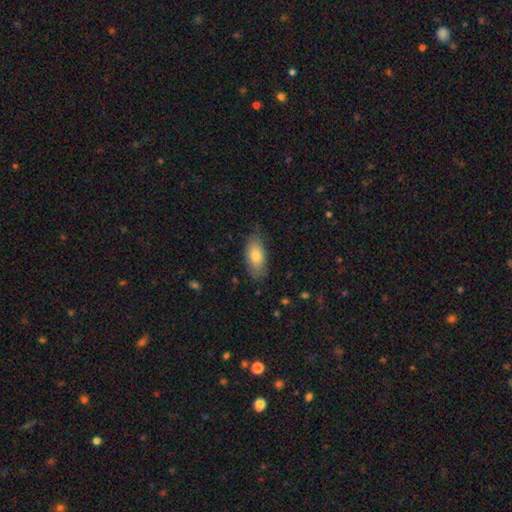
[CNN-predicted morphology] smooth-or-featured: smooth: 76% | featured or disk: 18% | star or artifact: 7%
  how-rounded: in between: 89% | cigar-shaped: 7% | round: 3%
  merging: none: 73% | minor disturbance: 22% | major disturbance: 4% | merger: 1%